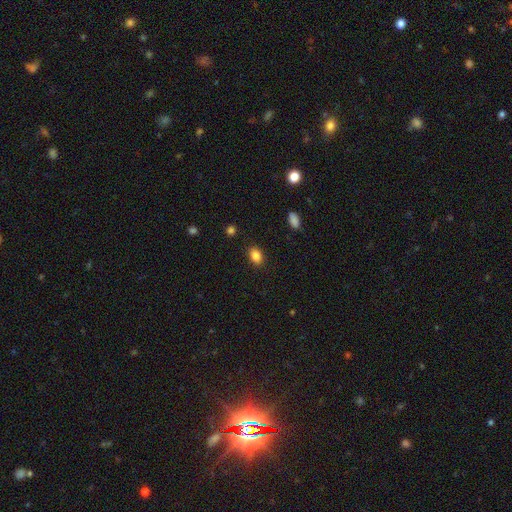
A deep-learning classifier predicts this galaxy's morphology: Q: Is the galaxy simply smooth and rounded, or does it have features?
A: smooth — 86%.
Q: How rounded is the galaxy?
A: in between — 76%.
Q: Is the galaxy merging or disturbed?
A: none — 87%.